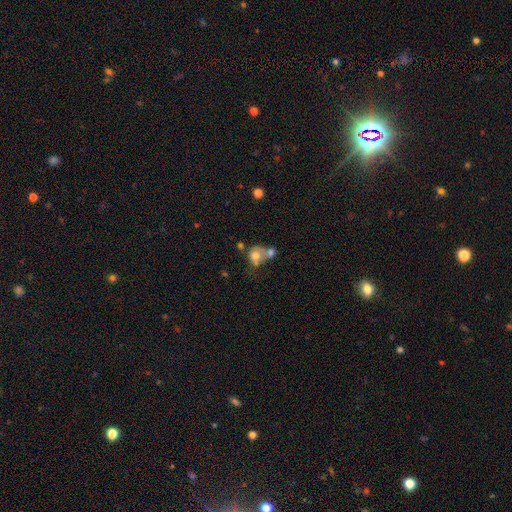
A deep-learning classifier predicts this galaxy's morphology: smooth-or-featured: smooth: 66% | featured or disk: 24% | star or artifact: 10%
  how-rounded: round: 64% | in between: 35% | cigar-shaped: 1%
  merging: merger: 58% | none: 20% | major disturbance: 11% | minor disturbance: 10%